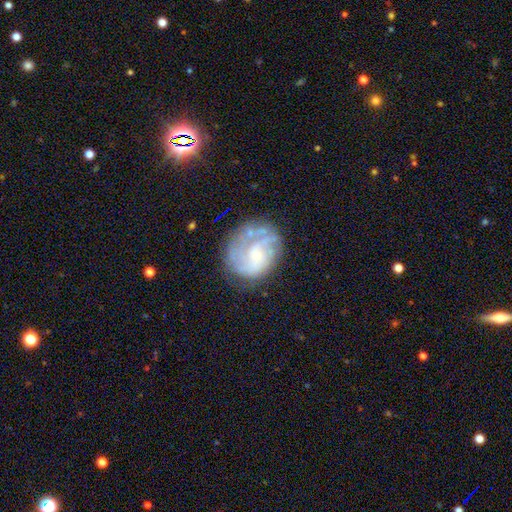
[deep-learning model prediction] A featured or disk galaxy (66%) with no bar (69%), spiral arms (70%) and no central bulge (39%).

Vote fractions:
- Smooth or featured? featured or disk: 66% / smooth: 26% / star or artifact: 8%
- Edge-on disk? no: 98% / yes: 2%
- Bar? no: 69% / weak: 25% / strong: 6%
- Spiral arms? yes: 70% / no: 30%
- Bulge size? none: 39% / small: 24% / moderate: 24% / large: 10% / dominant: 2%
- Merging? none: 57% / minor disturbance: 22% / major disturbance: 17% / merger: 4%